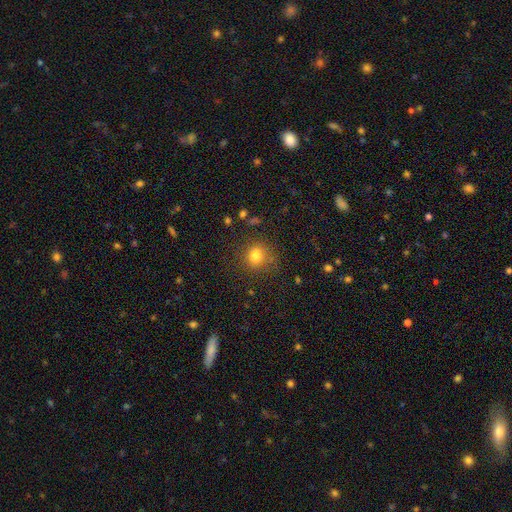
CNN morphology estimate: smooth_or_featured: smooth (p=0.80) [alt: star or artifact p=0.14]
how_rounded: round (p=0.81) [alt: in between p=0.18]
merging: none (p=0.81) [alt: minor disturbance p=0.12]